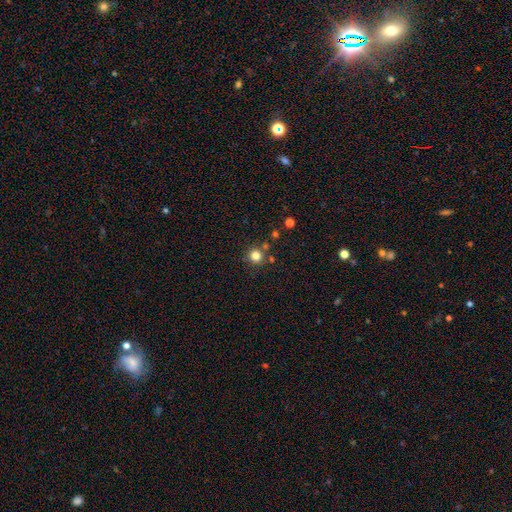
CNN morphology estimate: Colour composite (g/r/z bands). It shows a smooth galaxy with no disk features (80%) that is round (94%). Merging: none (81%).